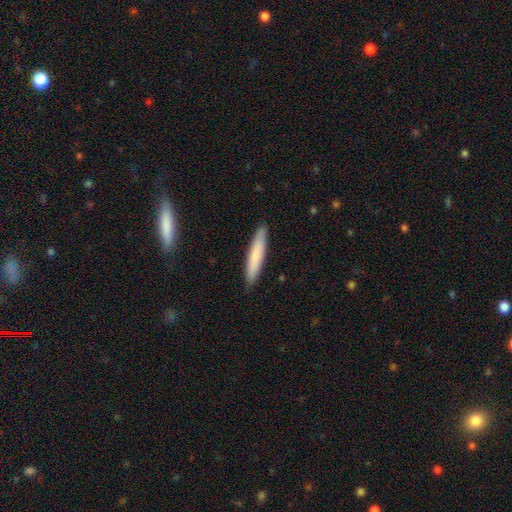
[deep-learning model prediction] Q: Smooth or featured?
A: smooth (77%); runner-up: featured or disk (17%)
Q: How rounded?
A: cigar-shaped (91%); runner-up: in between (8%)
Q: Merging?
A: none (90%); runner-up: minor disturbance (8%)